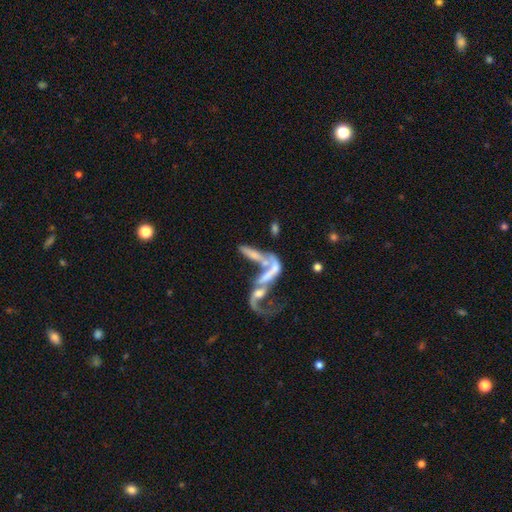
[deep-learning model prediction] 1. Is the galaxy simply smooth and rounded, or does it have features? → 66% featured or disk, 22% smooth, 12% star or artifact.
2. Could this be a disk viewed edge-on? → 85% no, 15% yes.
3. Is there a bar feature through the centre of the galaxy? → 68% no, 21% weak, 12% strong.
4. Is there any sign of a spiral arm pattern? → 53% no, 47% yes.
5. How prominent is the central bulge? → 49% none, 26% small, 20% moderate, 4% large, 2% dominant.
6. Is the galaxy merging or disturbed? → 63% merger, 19% major disturbance, 12% none, 6% minor disturbance.